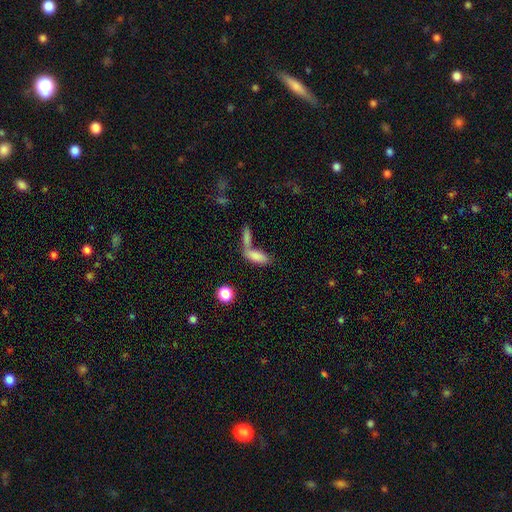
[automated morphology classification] type=smooth (80%); roundness=in between (75%); merging=merger (56%).